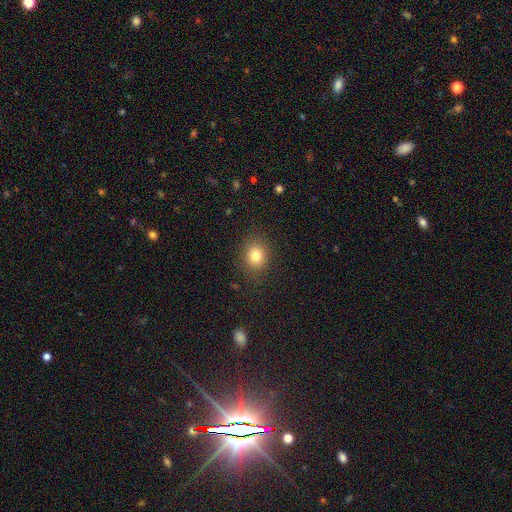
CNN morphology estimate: smooth-or-featured: smooth: 81% | star or artifact: 12% | featured or disk: 8%
  how-rounded: round: 64% | in between: 35% | cigar-shaped: 1%
  merging: none: 86% | minor disturbance: 9% | major disturbance: 3% | merger: 1%